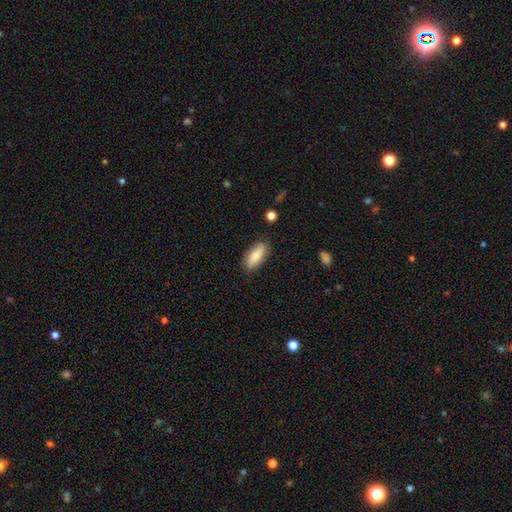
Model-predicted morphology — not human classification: A smooth galaxy with no disk features (79%) that is in between round and cigar-shaped (76%).

Vote fractions:
- Smooth or featured? smooth: 79% / featured or disk: 14% / star or artifact: 7%
- How rounded? in between: 76% / cigar-shaped: 21% / round: 2%
- Merging? none: 85% / minor disturbance: 11% / major disturbance: 2% / merger: 2%